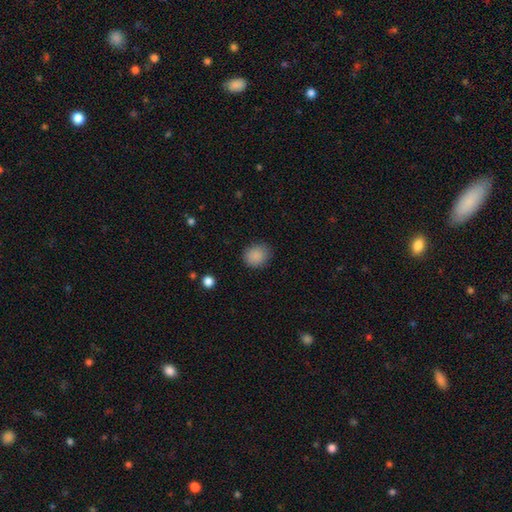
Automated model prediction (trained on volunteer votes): Smooth or featured? Predicted: smooth (p=0.87). How rounded? Predicted: round (p=0.75). Merging? Predicted: none (p=0.84).